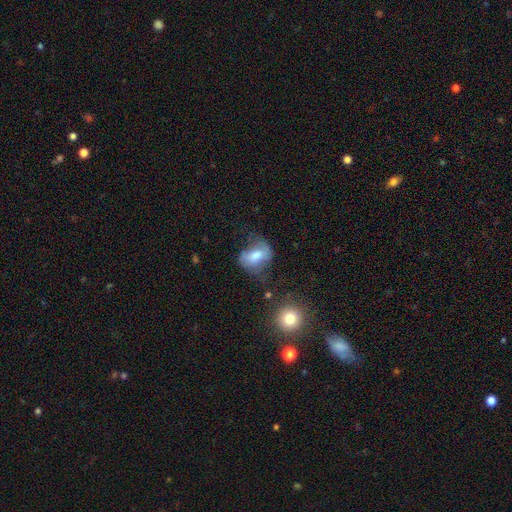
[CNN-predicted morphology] smooth 59%, featured or disk 32%, star or artifact 10%. Down the decision tree: how rounded — in between (77%); merging — none (42%).